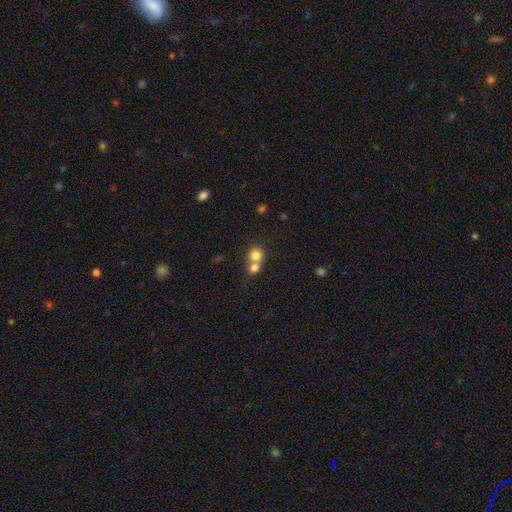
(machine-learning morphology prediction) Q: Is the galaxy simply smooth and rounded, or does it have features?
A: smooth — 78%.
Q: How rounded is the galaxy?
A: round — 84%.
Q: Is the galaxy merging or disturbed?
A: merger — 60%.